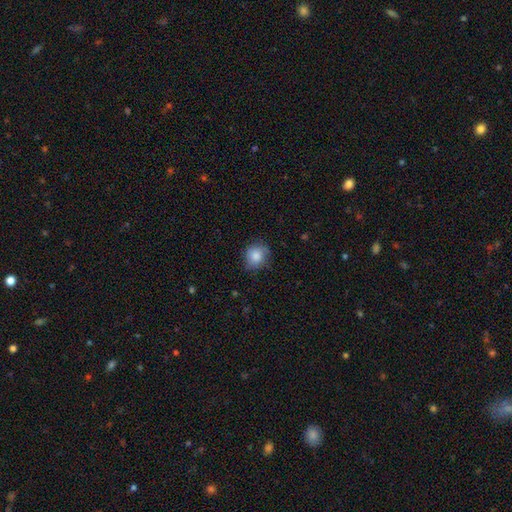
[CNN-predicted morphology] smooth 84%, featured or disk 8%, star or artifact 8%. Down the decision tree: how rounded — round (81%); merging — none (74%).